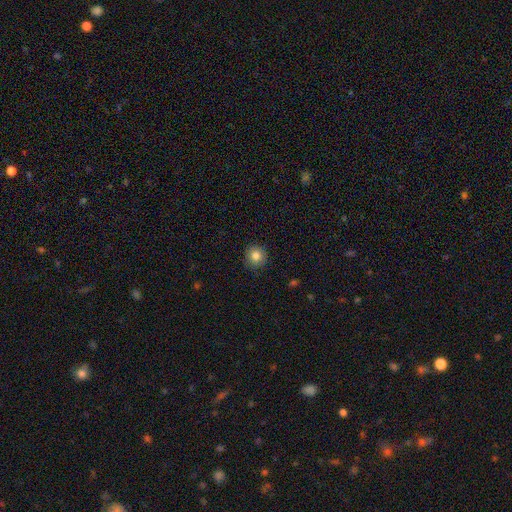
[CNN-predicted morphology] Smooth or featured? smooth (83%)
How rounded? round (92%)
Merging? none (89%)